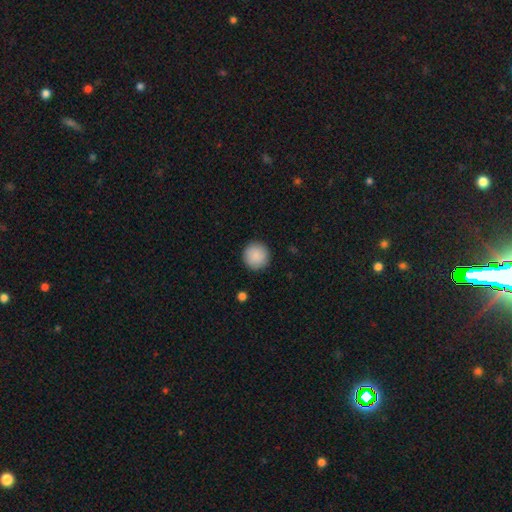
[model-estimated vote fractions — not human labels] Smooth or featured? Predicted: smooth (p=0.90). How rounded? Predicted: round (p=0.96). Merging? Predicted: none (p=0.92).